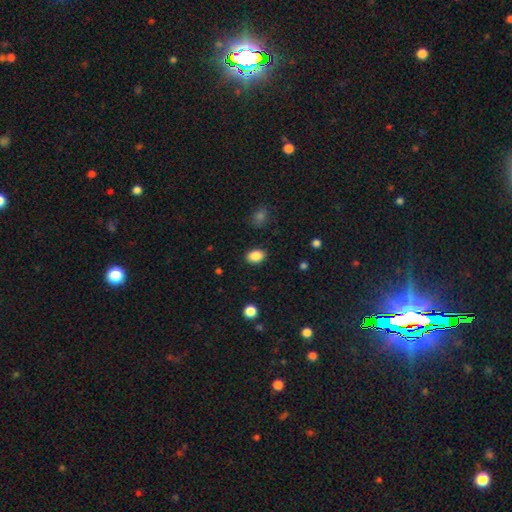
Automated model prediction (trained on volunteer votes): Smooth or featured: smooth — 88% (star or artifact — 8%)
How rounded: in between — 79% (round — 20%)
Merging: none — 88% (minor disturbance — 8%)